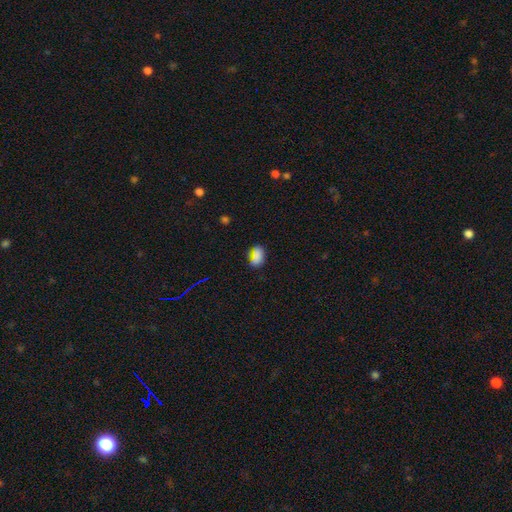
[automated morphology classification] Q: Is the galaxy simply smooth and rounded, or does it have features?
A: smooth — 76%.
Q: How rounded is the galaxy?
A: in between — 76%.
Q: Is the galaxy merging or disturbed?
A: none — 68%.